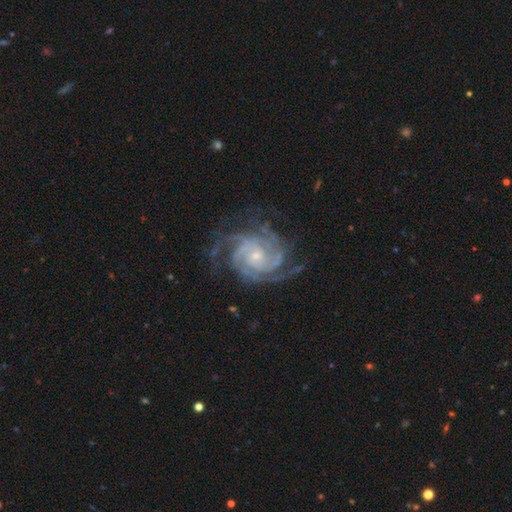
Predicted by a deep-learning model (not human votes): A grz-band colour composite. It shows a featured or disk galaxy (92%) with no bar (71%), 4 (29%) tight (68%) spiral arms (98%) and a small central bulge (73%). Merging: none (73%).